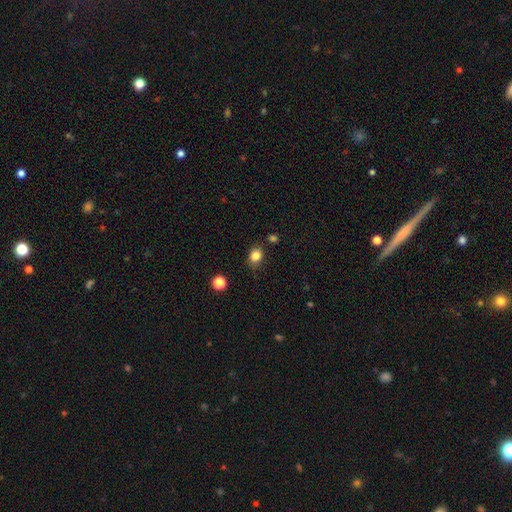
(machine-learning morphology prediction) A smooth galaxy with no disk features (83%) that is round (50%).

Vote fractions:
- Smooth or featured? smooth: 83% / star or artifact: 11% / featured or disk: 6%
- How rounded? round: 50% / in between: 49% / cigar-shaped: 1%
- Merging? none: 79% / minor disturbance: 15% / merger: 3% / major disturbance: 3%